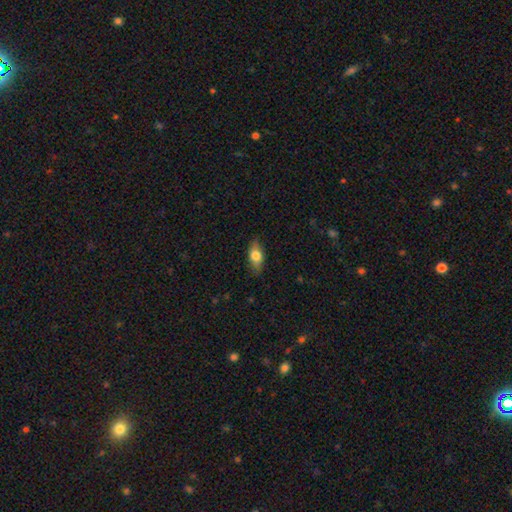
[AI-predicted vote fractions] Overall: smooth (72%). How rounded: in between (83%). Merging: none (83%).